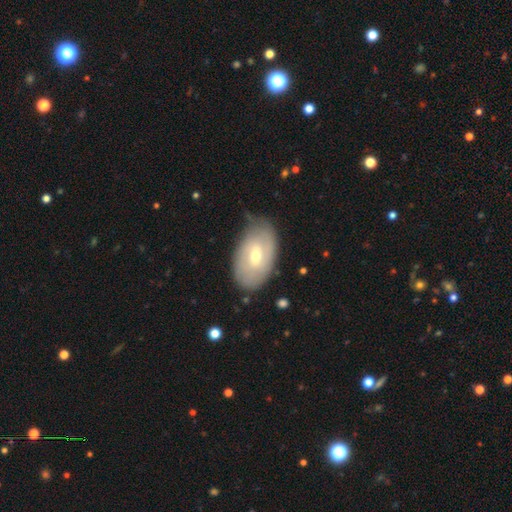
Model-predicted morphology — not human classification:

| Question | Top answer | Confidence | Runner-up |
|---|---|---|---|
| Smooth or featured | featured or disk | 52% | smooth (41%) |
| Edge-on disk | no | 91% | yes (9%) |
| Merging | none | 69% | minor disturbance (23%) |